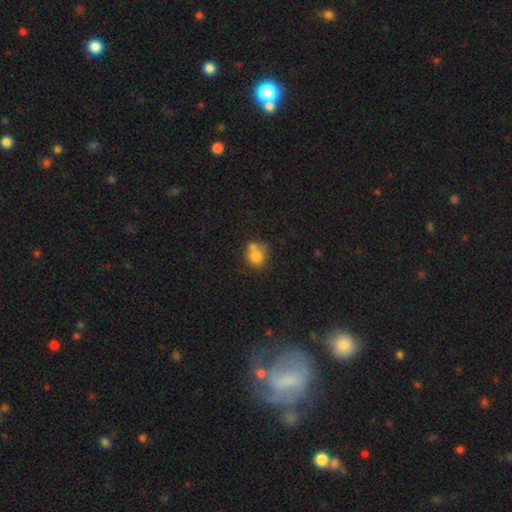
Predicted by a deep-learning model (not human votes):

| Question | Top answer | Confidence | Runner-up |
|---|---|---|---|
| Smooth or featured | smooth | 76% | featured or disk (14%) |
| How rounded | round | 76% | in between (23%) |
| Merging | none | 46% | merger (34%) |